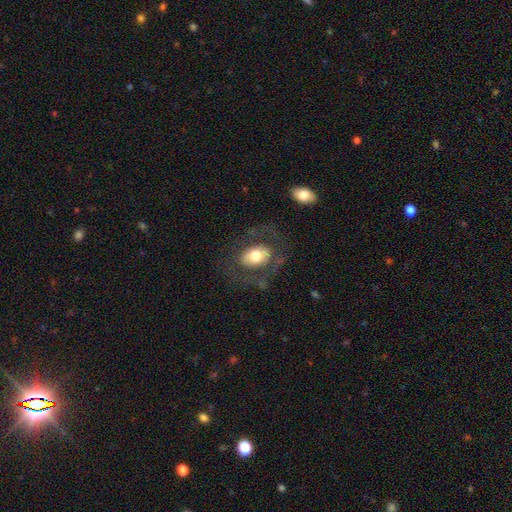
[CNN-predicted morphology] smooth 59%, featured or disk 34%, star or artifact 7%. Down the decision tree: how rounded — in between (74%); merging — none (64%).